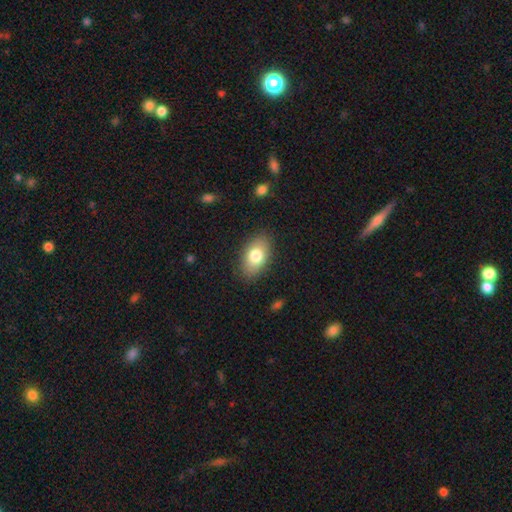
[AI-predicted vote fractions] smooth-or-featured: smooth: 78% | featured or disk: 15% | star or artifact: 7%
  how-rounded: in between: 91% | round: 7% | cigar-shaped: 2%
  merging: none: 85% | minor disturbance: 11% | major disturbance: 3% | merger: 1%